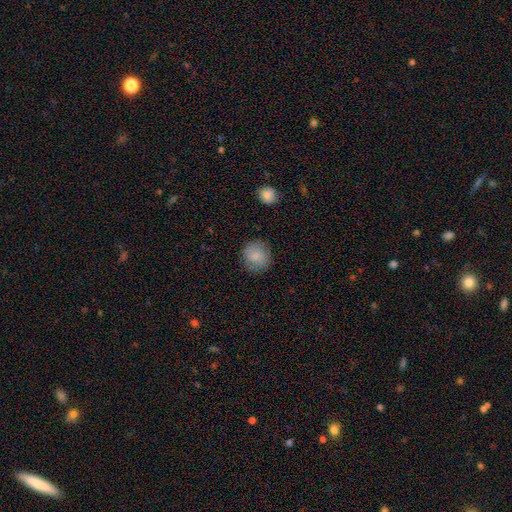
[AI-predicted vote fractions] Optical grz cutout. It shows a smooth galaxy with no disk features (82%) that is round (89%). Merging: none (83%).